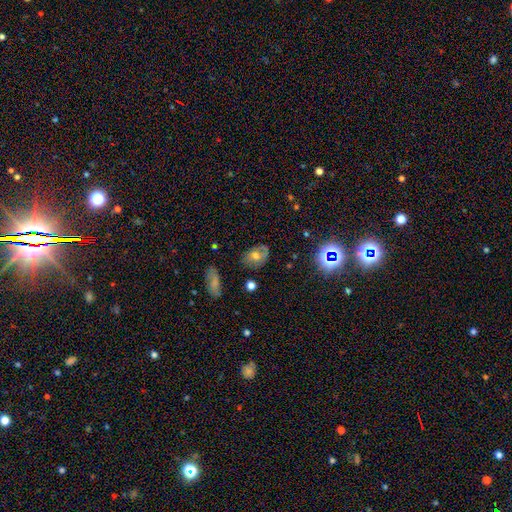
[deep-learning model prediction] A smooth galaxy with no disk features (52%) that is in between round and cigar-shaped (72%).

Vote fractions:
- Smooth or featured? smooth: 52% / featured or disk: 32% / star or artifact: 15%
- How rounded? in between: 72% / round: 26% / cigar-shaped: 2%
- Merging? none: 61% / minor disturbance: 26% / major disturbance: 10% / merger: 3%